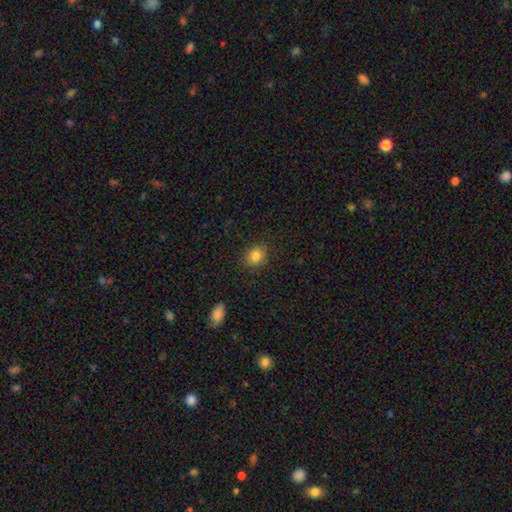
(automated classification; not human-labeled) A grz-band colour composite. It shows a smooth galaxy with no disk features (84%) that is round (67%). Merging: none (86%).